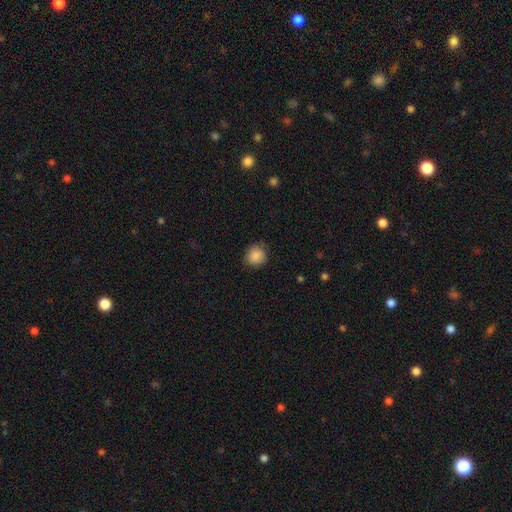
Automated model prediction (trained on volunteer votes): smooth_or_featured: smooth (p=0.88) [alt: star or artifact p=0.08]
how_rounded: round (p=0.86) [alt: in between p=0.13]
merging: none (p=0.81) [alt: minor disturbance p=0.15]